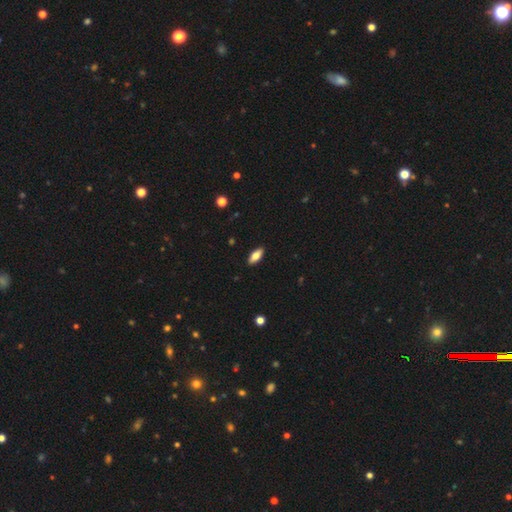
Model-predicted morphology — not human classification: smooth-or-featured: smooth: 74% | featured or disk: 20% | star or artifact: 6%
  how-rounded: in between: 82% | cigar-shaped: 16% | round: 2%
  merging: none: 90% | minor disturbance: 7% | major disturbance: 2% | merger: 1%